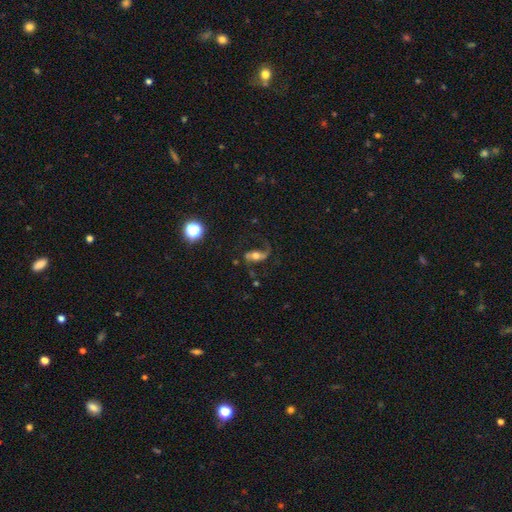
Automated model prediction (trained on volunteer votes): smooth_or_featured: featured or disk (p=0.71) [alt: smooth p=0.19]
disk_edge_on: no (p=0.92) [alt: yes p=0.08]
bar: no (p=0.51) [alt: weak p=0.26]
has_spiral_arms: yes (p=0.89) [alt: no p=0.11]
spiral_winding: loose (p=0.73) [alt: medium p=0.21]
spiral_arm_count: 2 (p=0.68) [alt: 1 p=0.28]
bulge_size: moderate (p=0.65) [alt: small p=0.16]
merging: none (p=0.54) [alt: major disturbance p=0.25]